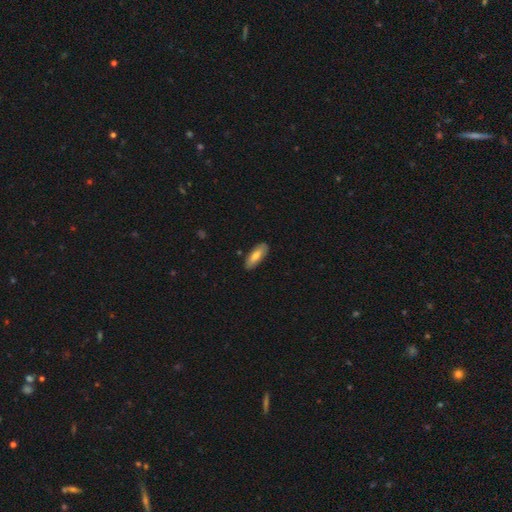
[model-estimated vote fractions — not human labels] Morphology: type=smooth (72%); roundness=in between (74%); merging=none (85%).